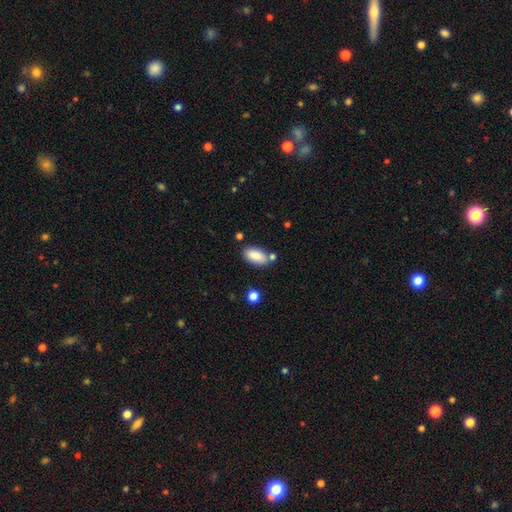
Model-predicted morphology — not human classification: Smooth or featured? Predicted: smooth (p=0.86). How rounded? Predicted: in between (p=0.92). Merging? Predicted: none (p=0.70).